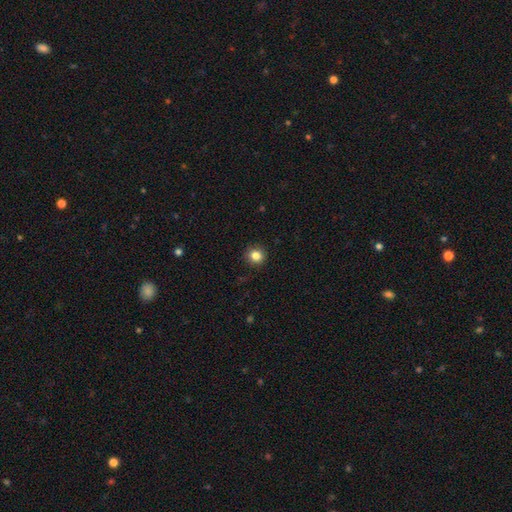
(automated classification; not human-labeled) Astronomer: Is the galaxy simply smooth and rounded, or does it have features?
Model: smooth — 84%.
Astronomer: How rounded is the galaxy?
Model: round — 88%.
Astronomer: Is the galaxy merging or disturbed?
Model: none — 91%.